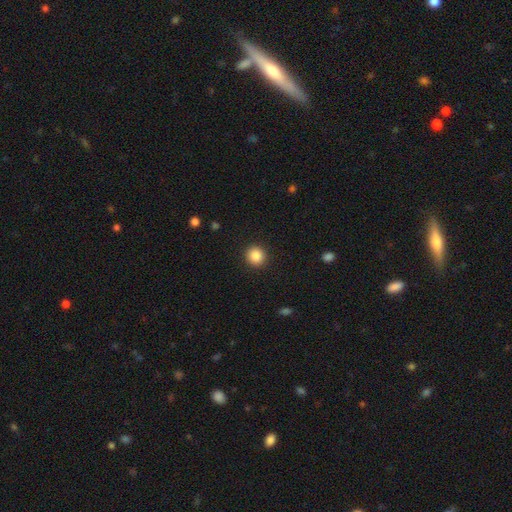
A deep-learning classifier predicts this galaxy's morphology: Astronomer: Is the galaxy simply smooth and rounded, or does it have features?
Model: smooth — 86%.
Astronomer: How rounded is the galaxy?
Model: round — 92%.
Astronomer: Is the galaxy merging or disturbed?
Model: none — 92%.